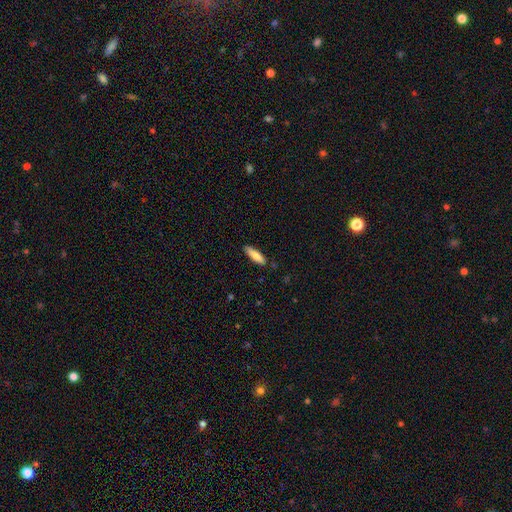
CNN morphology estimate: smooth_or_featured: smooth (p=0.83) [alt: featured or disk p=0.11]
how_rounded: cigar-shaped (p=0.62) [alt: in between p=0.37]
merging: none (p=0.86) [alt: minor disturbance p=0.11]